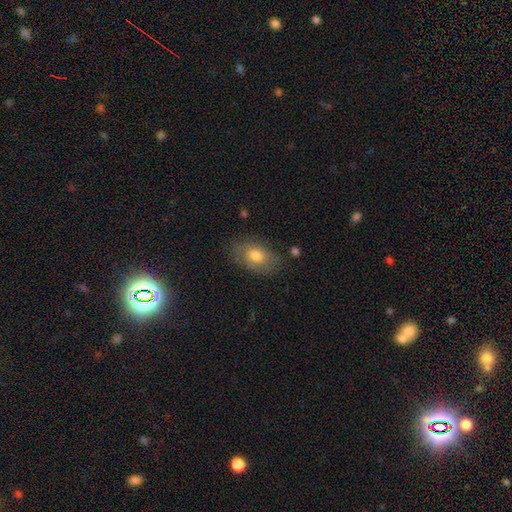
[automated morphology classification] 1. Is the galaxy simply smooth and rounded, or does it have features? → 70% smooth, 22% featured or disk, 8% star or artifact.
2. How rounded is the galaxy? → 90% in between, 8% round, 2% cigar-shaped.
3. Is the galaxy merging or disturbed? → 76% none, 18% minor disturbance, 5% major disturbance, 2% merger.